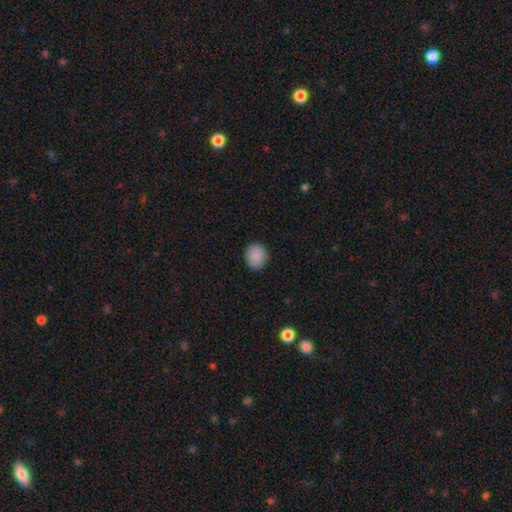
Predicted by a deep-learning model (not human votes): Smooth or featured?
  - smooth: 89% *
  - star or artifact: 8%
  - featured or disk: 3%
How rounded?
  - round: 67% *
  - in between: 32%
  - cigar-shaped: 1%
Merging?
  - none: 89% *
  - minor disturbance: 8%
  - major disturbance: 2%
  - merger: 1%